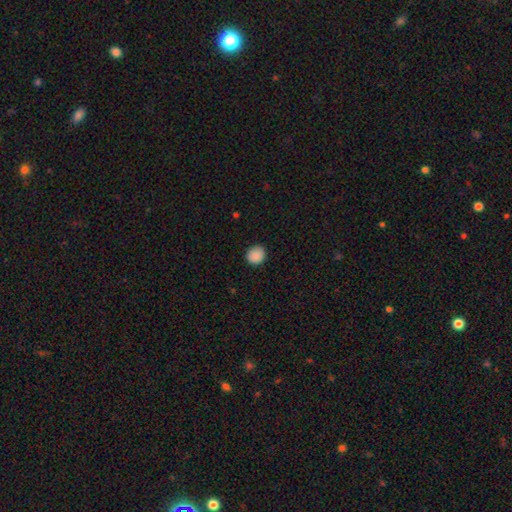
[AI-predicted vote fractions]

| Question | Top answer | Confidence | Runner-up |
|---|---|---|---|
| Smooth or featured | smooth | 88% | star or artifact (8%) |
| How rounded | round | 81% | in between (18%) |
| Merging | none | 90% | minor disturbance (8%) |